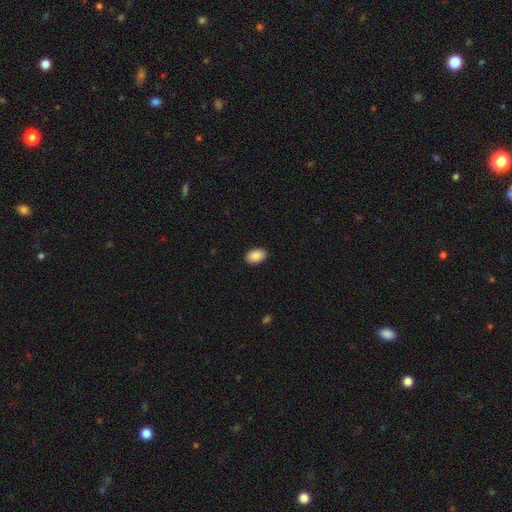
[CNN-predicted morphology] type=smooth (89%); roundness=in between (91%); merging=none (90%).